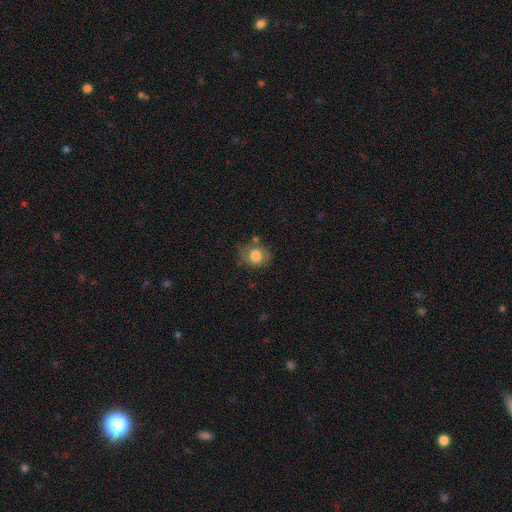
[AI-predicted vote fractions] smooth-or-featured: smooth: 72% | featured or disk: 19% | star or artifact: 9%
  how-rounded: round: 71% | in between: 28% | cigar-shaped: 1%
  merging: none: 62% | minor disturbance: 24% | major disturbance: 9% | merger: 6%